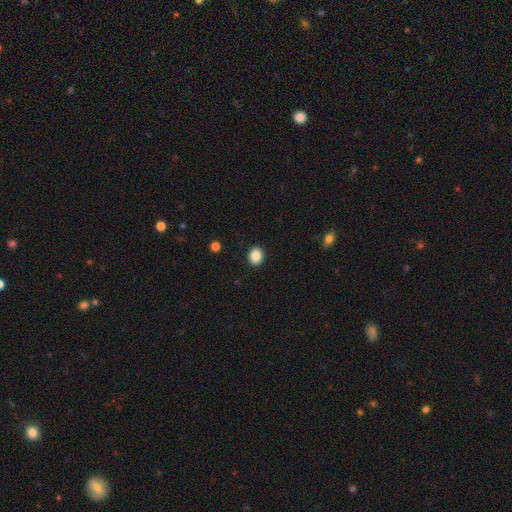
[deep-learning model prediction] smooth 88%, star or artifact 9%, featured or disk 3%. Down the decision tree: how rounded — round (56%); merging — none (91%).